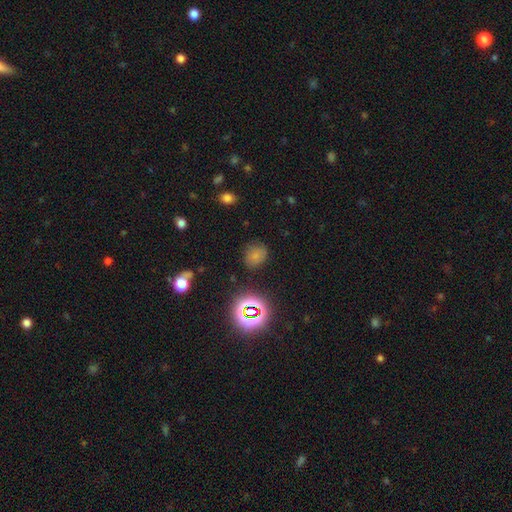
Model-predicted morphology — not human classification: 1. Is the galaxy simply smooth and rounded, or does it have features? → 68% smooth, 23% star or artifact, 9% featured or disk.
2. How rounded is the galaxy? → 64% round, 35% in between, 1% cigar-shaped.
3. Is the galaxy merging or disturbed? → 78% none, 15% minor disturbance, 5% major disturbance, 2% merger.